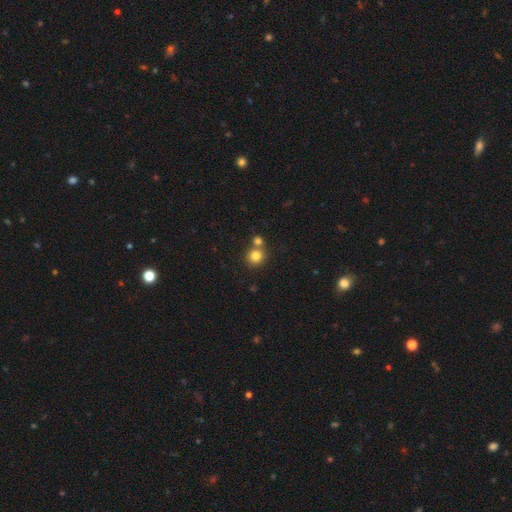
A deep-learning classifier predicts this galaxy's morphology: smooth_or_featured: smooth (p=0.81) [alt: star or artifact p=0.11]
how_rounded: round (p=0.89) [alt: in between p=0.10]
merging: none (p=0.59) [alt: merger p=0.32]